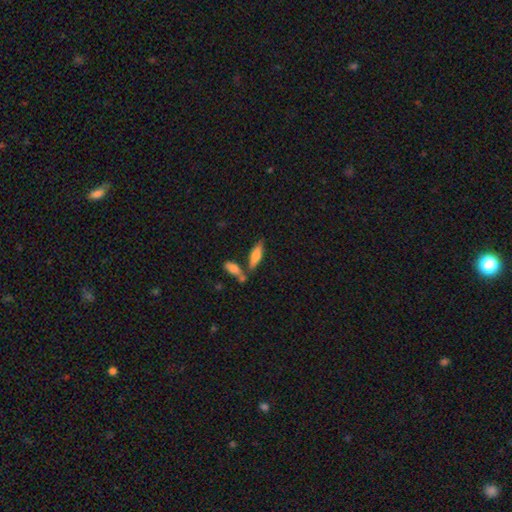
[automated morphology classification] The model was most divided on "how rounded": cigar-shaped: 53%, in between: 45%, round: 2%. More confident: smooth or featured — smooth (67%); merging — none (63%).